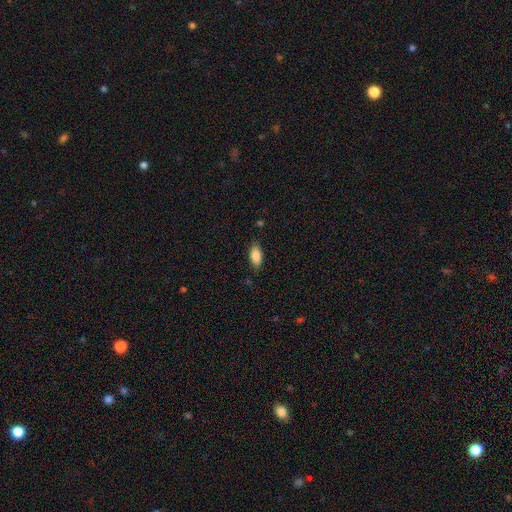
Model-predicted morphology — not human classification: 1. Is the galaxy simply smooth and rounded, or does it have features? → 86% smooth, 7% star or artifact, 7% featured or disk.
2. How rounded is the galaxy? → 90% in between, 7% cigar-shaped, 3% round.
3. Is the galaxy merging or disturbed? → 82% none, 14% minor disturbance, 3% major disturbance, 1% merger.